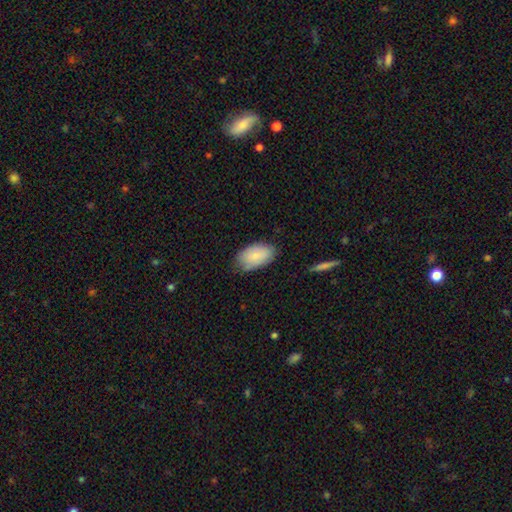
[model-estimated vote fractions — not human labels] Smooth or featured: smooth — 80% (featured or disk — 14%)
How rounded: in between — 94% (round — 5%)
Merging: none — 73% (minor disturbance — 22%)